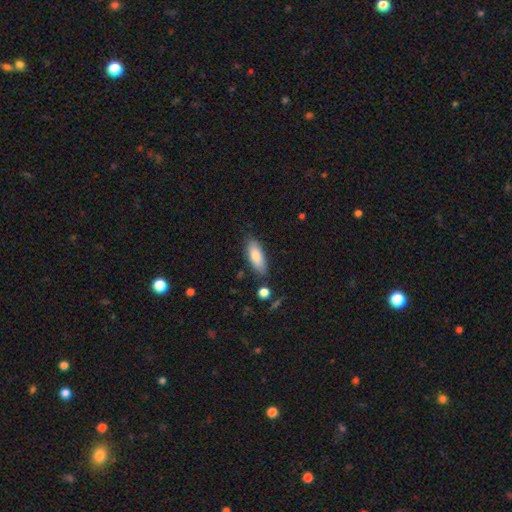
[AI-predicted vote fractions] Morphology: type=smooth (82%); roundness=in between (73%); merging=none (80%).